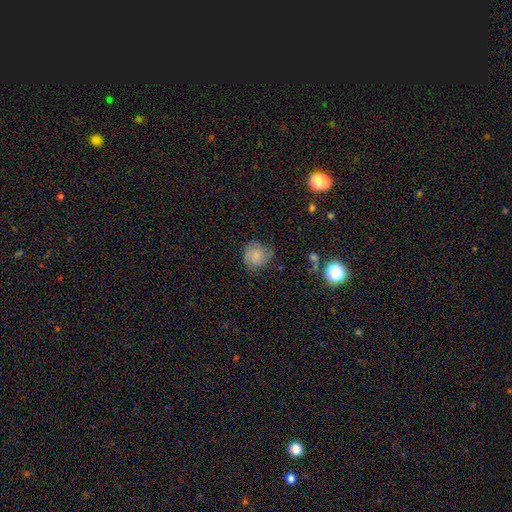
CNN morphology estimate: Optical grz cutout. It shows a smooth galaxy with no disk features (75%) that is round (89%). Merging: none (64%).